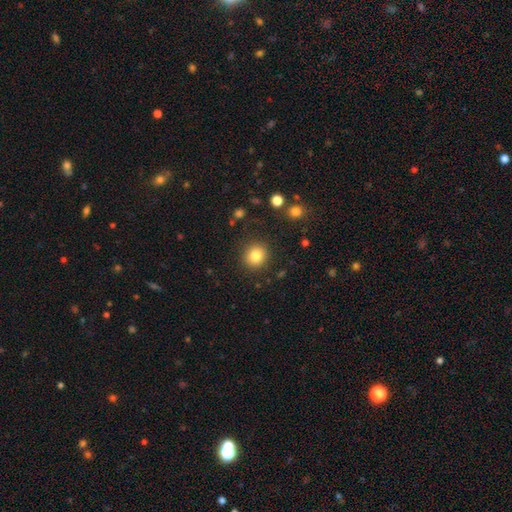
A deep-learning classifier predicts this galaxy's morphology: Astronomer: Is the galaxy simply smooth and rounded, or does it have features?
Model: smooth — 82%.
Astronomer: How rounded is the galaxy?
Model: round — 88%.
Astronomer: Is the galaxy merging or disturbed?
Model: none — 88%.